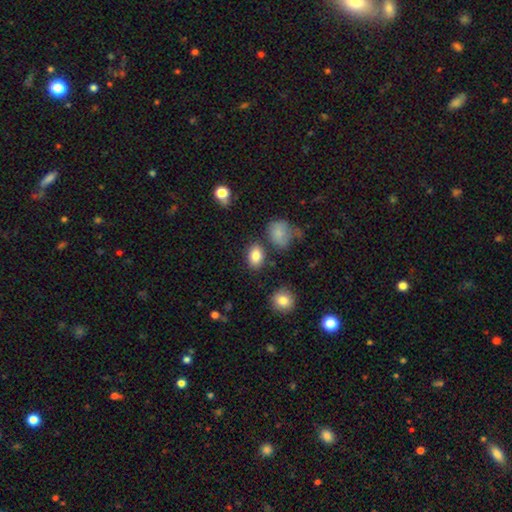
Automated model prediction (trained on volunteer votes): smooth_or_featured: smooth (p=0.84) [alt: star or artifact p=0.09]
how_rounded: in between (p=0.78) [alt: round p=0.21]
merging: none (p=0.80) [alt: minor disturbance p=0.11]